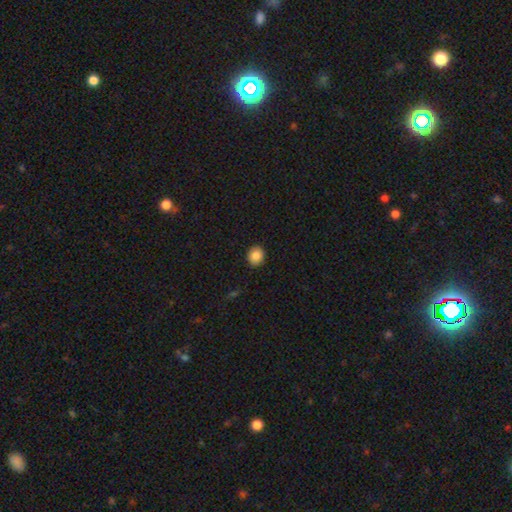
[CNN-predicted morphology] Smooth or featured? smooth (87%)
How rounded? round (72%)
Merging? none (92%)